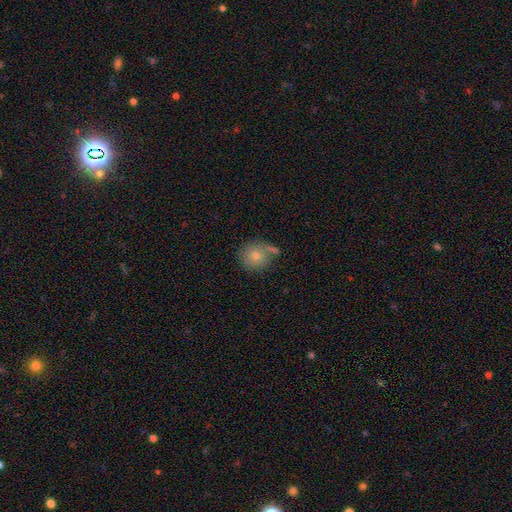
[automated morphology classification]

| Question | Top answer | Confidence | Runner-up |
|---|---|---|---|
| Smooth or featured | smooth | 70% | featured or disk (19%) |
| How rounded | round | 87% | in between (12%) |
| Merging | none | 62% | minor disturbance (16%) |